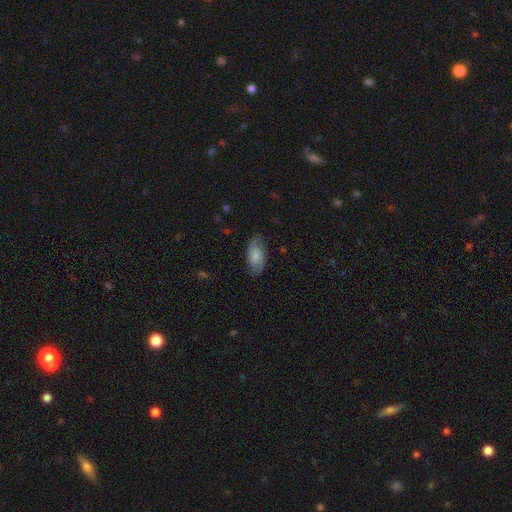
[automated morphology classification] A smooth galaxy with no disk features (56%) that is in between round and cigar-shaped (92%). Merging: none (75%).